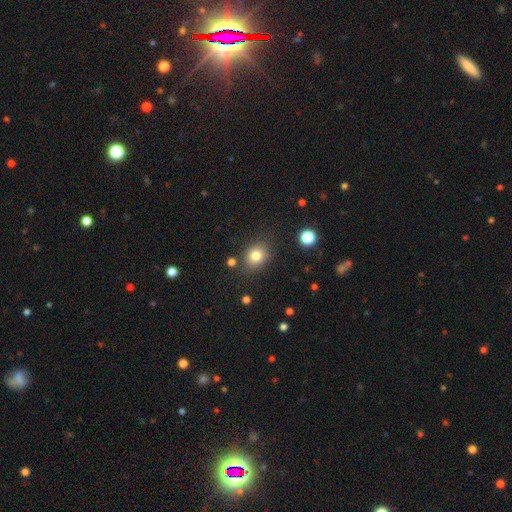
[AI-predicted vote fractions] Overall: smooth (81%). How rounded: round (58%; in between 41%). Merging: none (80%).